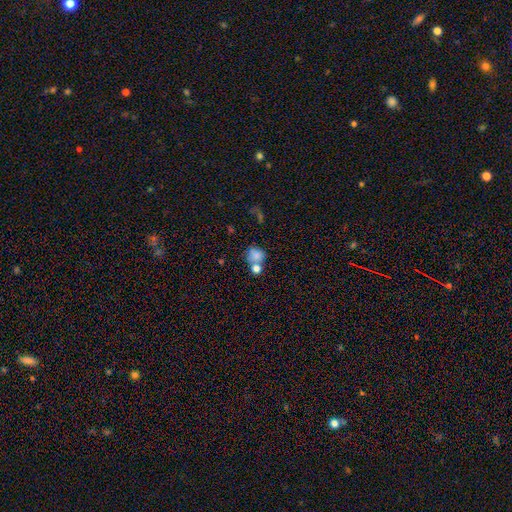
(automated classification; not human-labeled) This appears to be a smooth galaxy with no disk features (78%) that is round (73%). Merging: merger (41%).